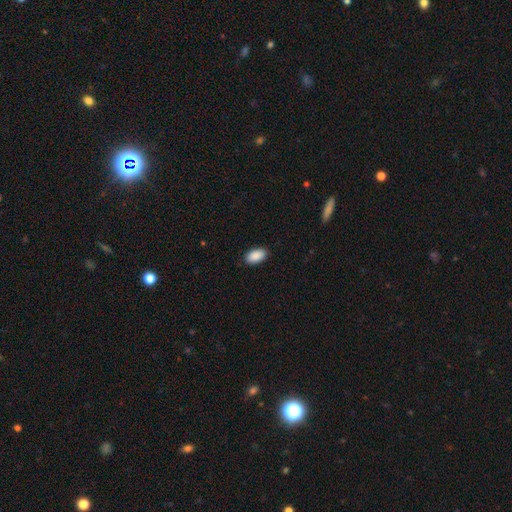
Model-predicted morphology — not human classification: This appears to be a smooth galaxy with no disk features (91%) that is in between round and cigar-shaped (95%). Merging: none (89%).